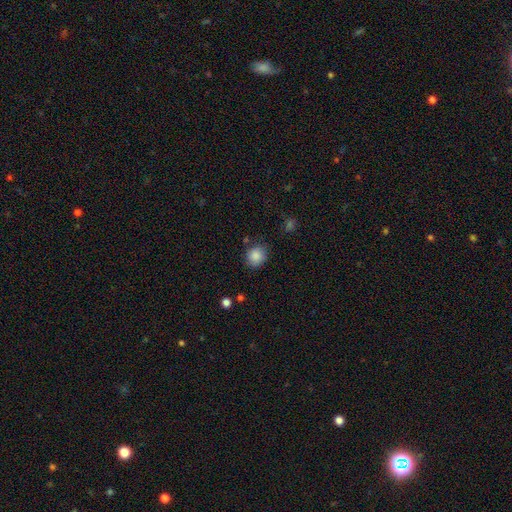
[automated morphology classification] type=smooth (87%); roundness=round (80%); merging=none (80%).